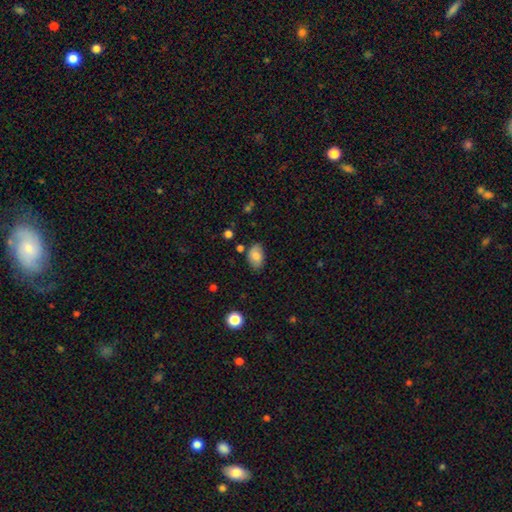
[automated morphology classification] A smooth galaxy with no disk features (79%) that is in between round and cigar-shaped (90%).

Vote fractions:
- Smooth or featured? smooth: 79% / featured or disk: 13% / star or artifact: 8%
- How rounded? in between: 90% / round: 9% / cigar-shaped: 1%
- Merging? none: 76% / minor disturbance: 17% / major disturbance: 3% / merger: 3%